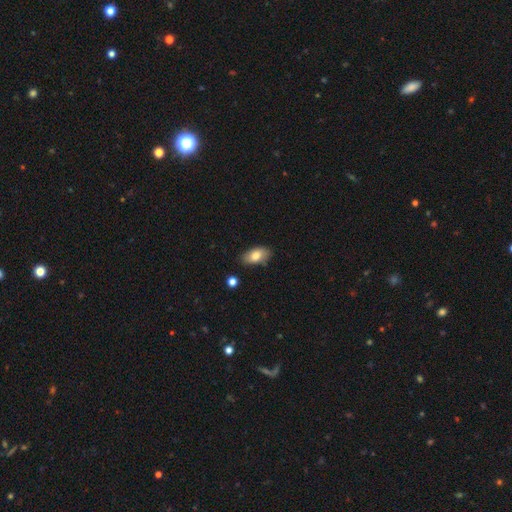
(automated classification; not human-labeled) This is likely a smooth galaxy (80%). How rounded: clearly in between (92%). Merging: clearly none (80%).